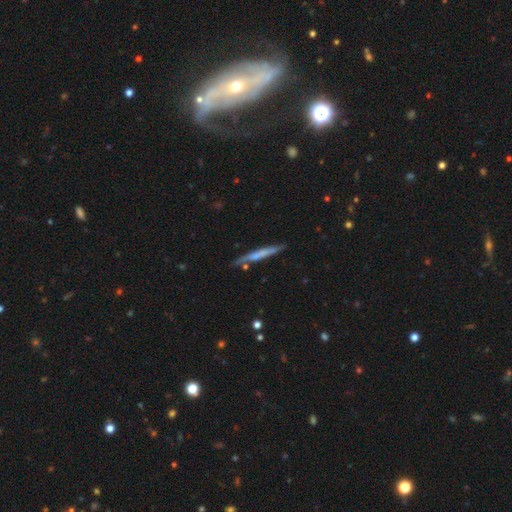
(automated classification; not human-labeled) Smooth or featured? Predicted: featured or disk (p=0.50). Edge-on disk? Predicted: yes (p=0.94). Merging? Predicted: none (p=0.84).